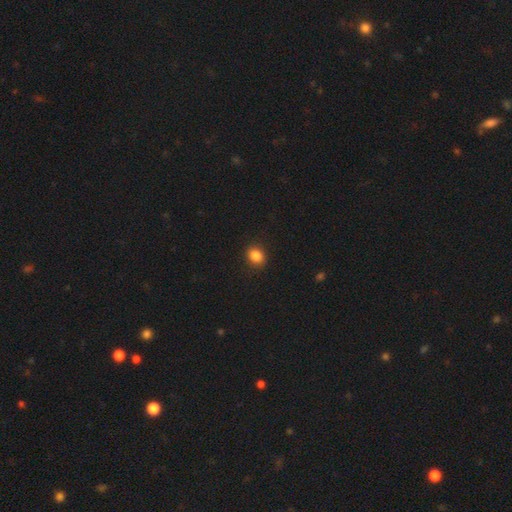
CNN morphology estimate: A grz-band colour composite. It shows a smooth galaxy with no disk features (86%) that is round (55%). Merging: none (89%).